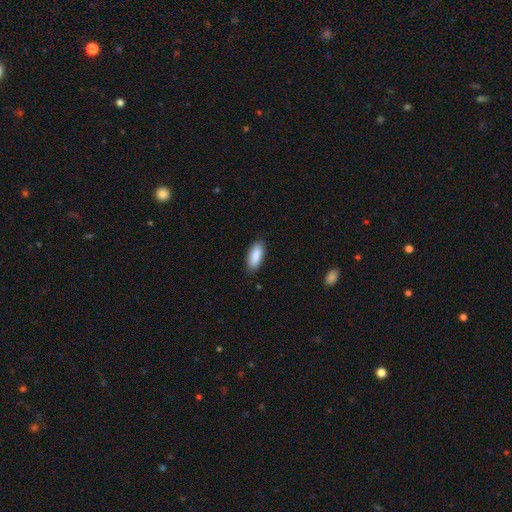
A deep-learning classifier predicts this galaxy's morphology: The model was most divided on "how rounded": in between: 83%, cigar-shaped: 15%, round: 2%. More confident: smooth or featured — smooth (89%); merging — none (88%).